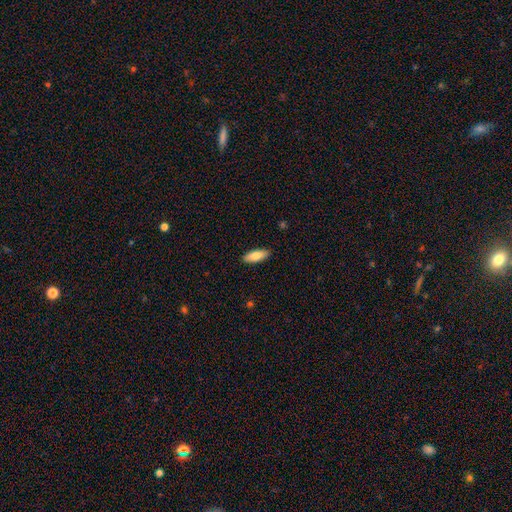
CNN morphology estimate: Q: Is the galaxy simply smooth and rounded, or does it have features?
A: smooth — 82%.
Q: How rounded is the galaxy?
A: in between — 71%.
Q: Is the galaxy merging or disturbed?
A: none — 89%.